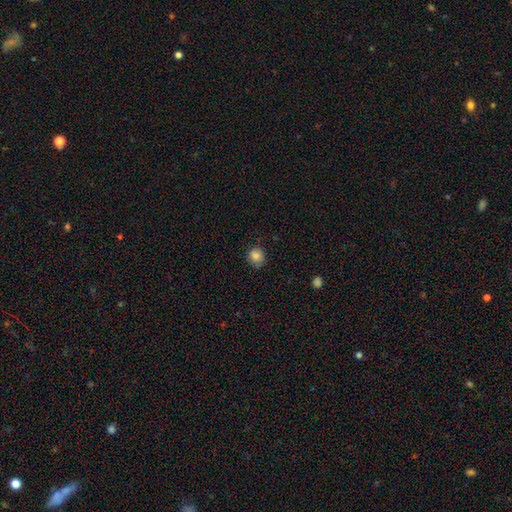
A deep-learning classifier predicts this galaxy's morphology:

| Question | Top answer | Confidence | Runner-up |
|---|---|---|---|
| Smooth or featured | smooth | 83% | star or artifact (10%) |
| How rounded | round | 79% | in between (20%) |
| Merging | none | 78% | minor disturbance (17%) |